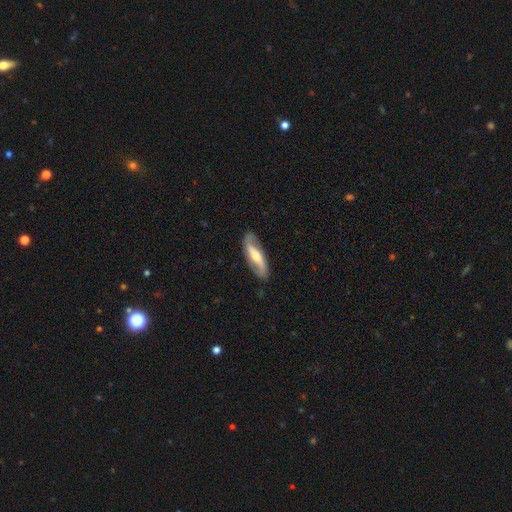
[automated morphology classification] The model was most divided on "bar": strong: 44%, weak: 32%, no: 23%. More confident: spiral arms — yes (91%); spiral arm count — 2 (91%); edge-on disk — no (85%); merging — none (84%); smooth or featured — featured or disk (78%); bulge size — moderate (56%); spiral winding — loose (55%).